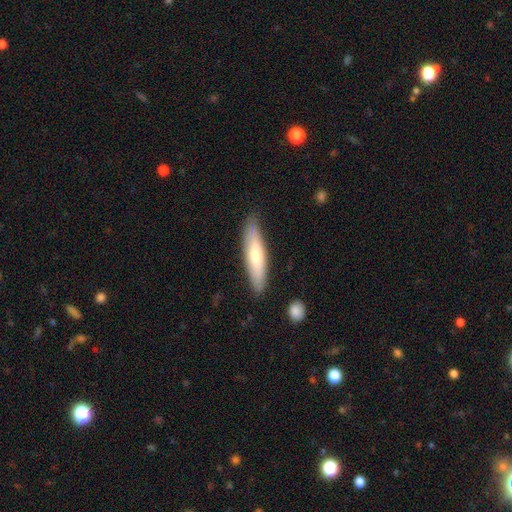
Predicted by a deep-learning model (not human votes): Smooth or featured? Predicted: smooth (p=0.56). How rounded? Predicted: cigar-shaped (p=0.79). Merging? Predicted: none (p=0.87).